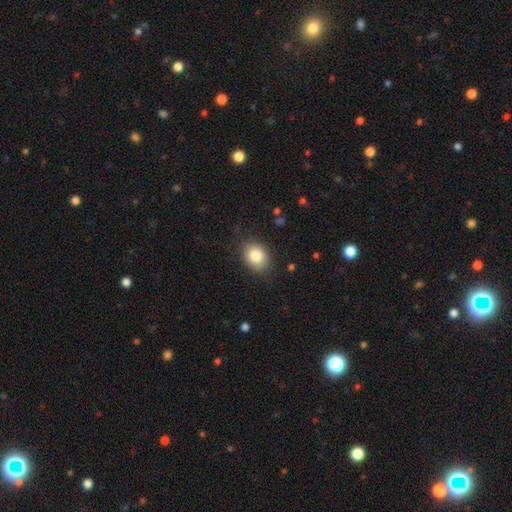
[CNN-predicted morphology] Smooth or featured: smooth — 83% (star or artifact — 9%)
How rounded: in between — 51% (round — 48%)
Merging: none — 84% (minor disturbance — 12%)